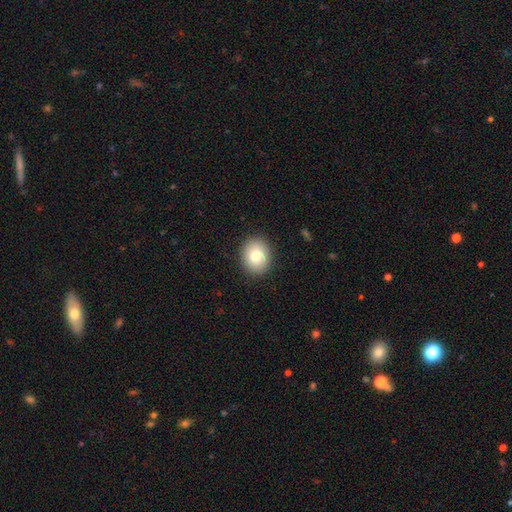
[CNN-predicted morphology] A smooth galaxy with no disk features (80%) that is round (59%). Merging: none (89%).